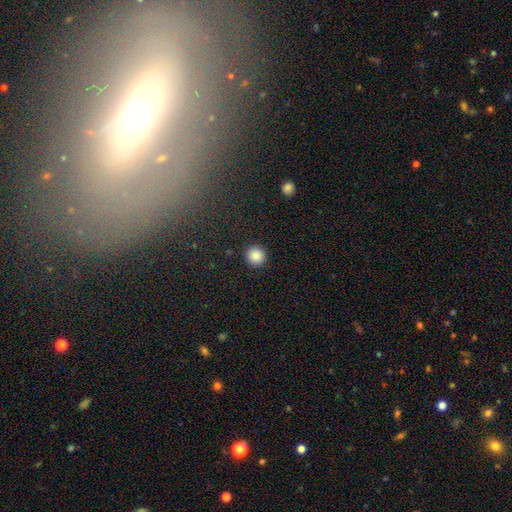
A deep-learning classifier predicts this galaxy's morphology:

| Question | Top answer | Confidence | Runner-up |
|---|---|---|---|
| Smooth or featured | smooth | 87% | star or artifact (9%) |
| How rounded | round | 93% | in between (6%) |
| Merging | none | 92% | minor disturbance (5%) |